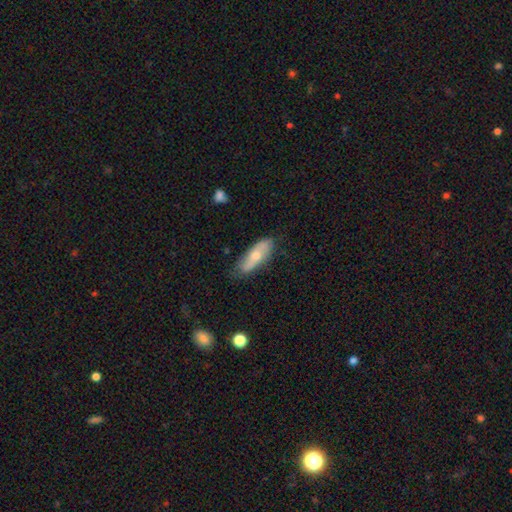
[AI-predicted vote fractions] A smooth galaxy with no disk features (55%) that is in between round and cigar-shaped (63%). Merging: none (75%).